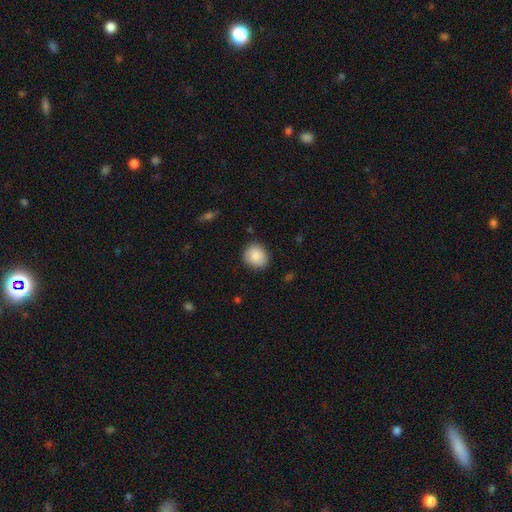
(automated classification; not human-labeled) smooth-or-featured: smooth: 88% | star or artifact: 7% | featured or disk: 5%
  how-rounded: round: 73% | in between: 26% | cigar-shaped: 1%
  merging: none: 83% | minor disturbance: 13% | major disturbance: 3% | merger: 1%